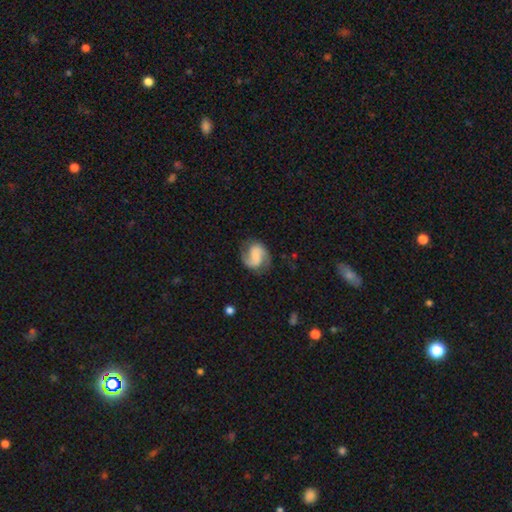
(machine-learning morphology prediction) The model was most divided on "bar": no: 44%, weak: 41%, strong: 15%. Remaining: edge-on disk — no (98%); spiral arms — yes (95%); spiral arm count — 2 (90%); merging — none (75%); smooth or featured — featured or disk (75%); spiral winding — medium (48%); bulge size — small (45%).